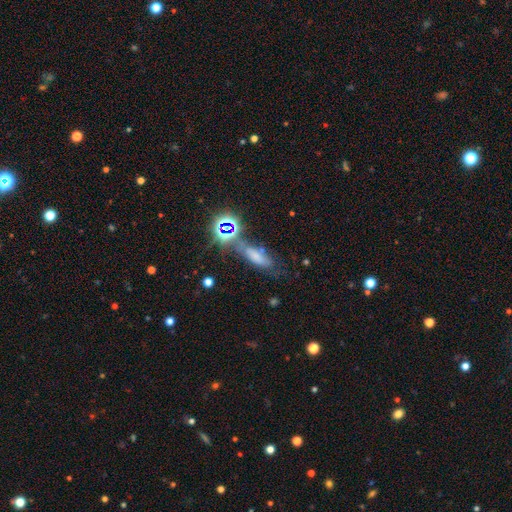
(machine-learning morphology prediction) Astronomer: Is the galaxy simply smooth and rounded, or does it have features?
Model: smooth — 53% (runner-up: star or artifact, 29%).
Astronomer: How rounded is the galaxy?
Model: in between — 53% (runner-up: cigar-shaped, 40%).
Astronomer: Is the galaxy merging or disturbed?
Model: none — 51%.